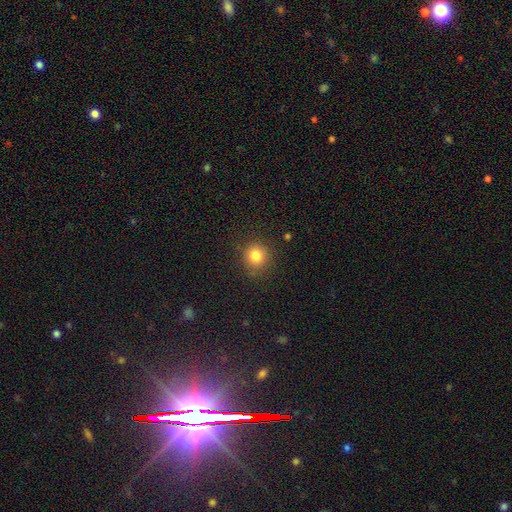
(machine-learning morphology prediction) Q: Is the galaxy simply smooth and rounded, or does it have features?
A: smooth — 83%.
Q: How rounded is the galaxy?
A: round — 89%.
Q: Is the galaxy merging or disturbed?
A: none — 85%.